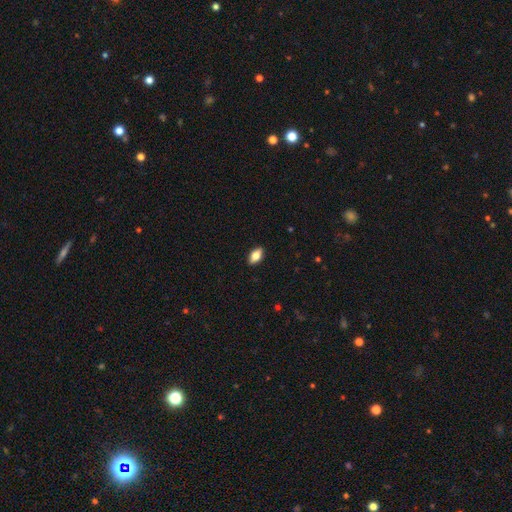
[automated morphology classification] Smooth or featured: smooth — 77% (featured or disk — 16%)
How rounded: in between — 90% (cigar-shaped — 6%)
Merging: none — 89% (minor disturbance — 8%)